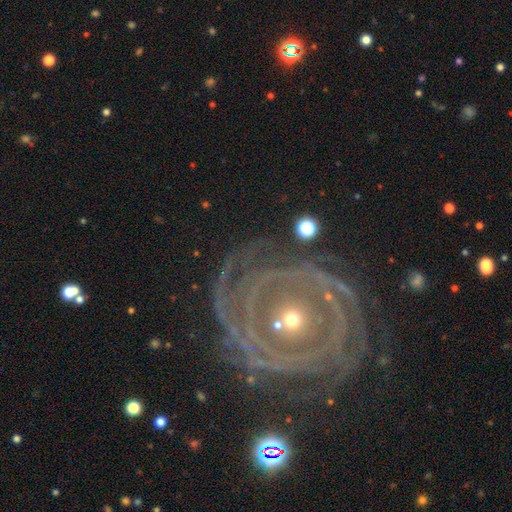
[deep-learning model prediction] Overall: featured or disk (87%). Edge-on disk: no (97%). Bar: no (76%). Spiral arms: yes (96%). Spiral arm count: can't tell (21%; 3 19%). Spiral winding: tight (85%). Bulge size: small (60%; moderate 35%). Merging: none (74%).